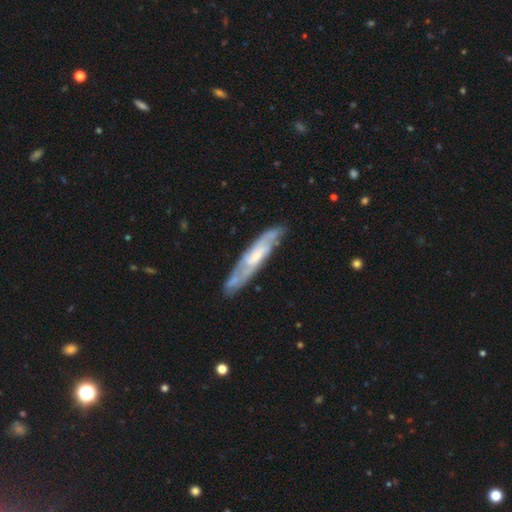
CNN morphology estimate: This is likely a featured or disk galaxy (71%). It is possibly not viewed edge-on (53%). Merging: likely none (78%).